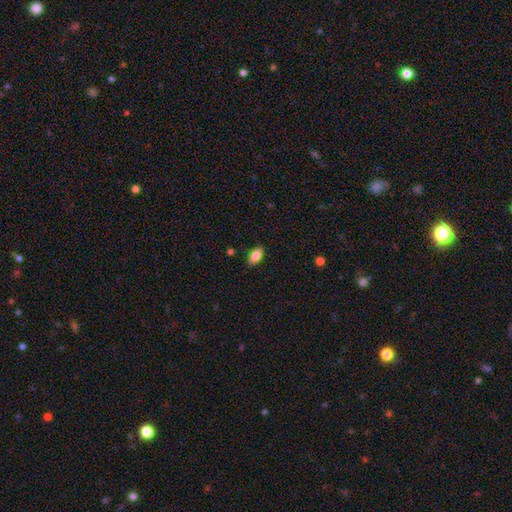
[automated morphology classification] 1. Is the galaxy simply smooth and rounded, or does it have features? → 84% smooth, 8% featured or disk, 7% star or artifact.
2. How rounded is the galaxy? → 92% in between, 4% cigar-shaped, 4% round.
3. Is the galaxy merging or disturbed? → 88% none, 9% minor disturbance, 2% major disturbance, 1% merger.